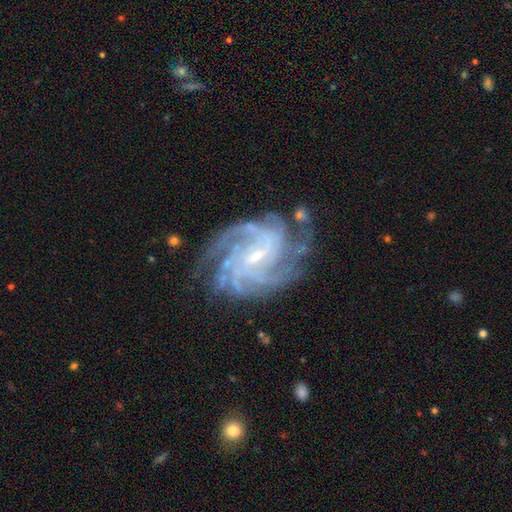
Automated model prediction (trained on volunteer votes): featured or disk 91%, star or artifact 5%, smooth 3%. Down the decision tree: edge-on disk — no (98%); bar — weak (49%); spiral arms — yes (98%); spiral arm count — 4 (38%); spiral winding — tight (60%); bulge size — small (79%); merging — none (76%).